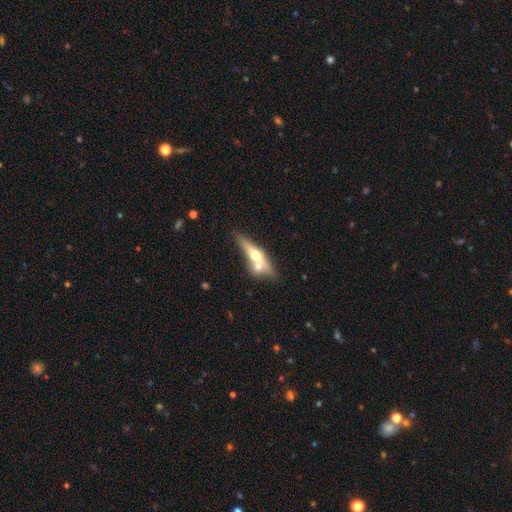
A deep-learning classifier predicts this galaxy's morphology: smooth_or_featured: featured or disk (p=0.48) [alt: smooth p=0.45]
merging: merger (p=0.45) [alt: none p=0.39]